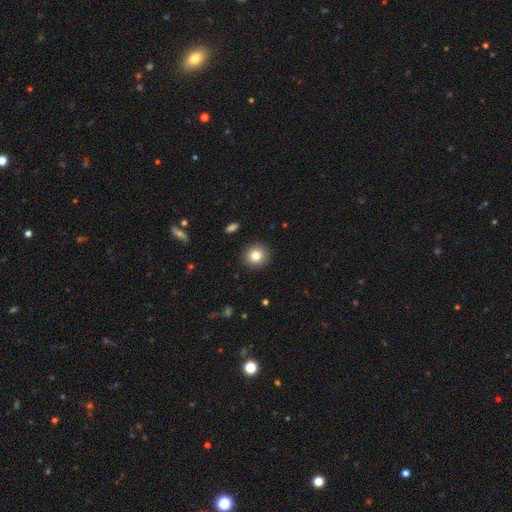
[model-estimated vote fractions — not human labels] Q: Smooth or featured?
A: smooth (81%); runner-up: star or artifact (10%)
Q: How rounded?
A: round (90%); runner-up: in between (9%)
Q: Merging?
A: none (91%); runner-up: minor disturbance (6%)